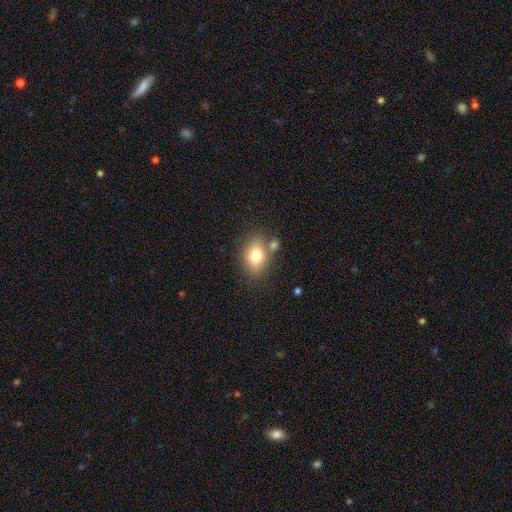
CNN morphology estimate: smooth-or-featured: smooth: 77% | featured or disk: 13% | star or artifact: 10%
  how-rounded: in between: 70% | round: 28% | cigar-shaped: 1%
  merging: none: 68% | merger: 14% | minor disturbance: 14% | major disturbance: 4%